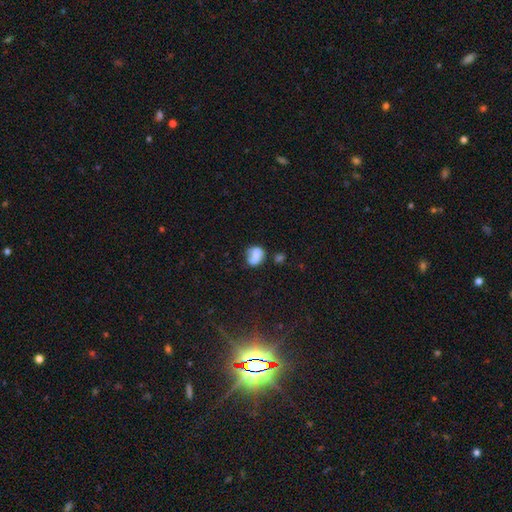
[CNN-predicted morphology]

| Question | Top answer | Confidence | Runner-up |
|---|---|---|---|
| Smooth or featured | smooth | 68% | featured or disk (22%) |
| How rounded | round | 53% | in between (46%) |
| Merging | none | 41% | minor disturbance (24%) |